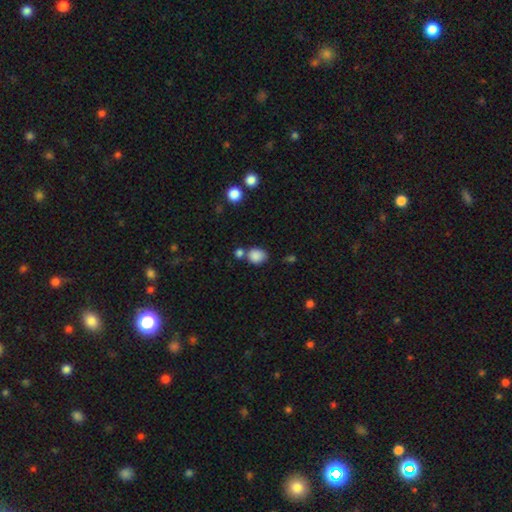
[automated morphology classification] A smooth galaxy with no disk features (85%) that is round (53%). Merging: none (55%).